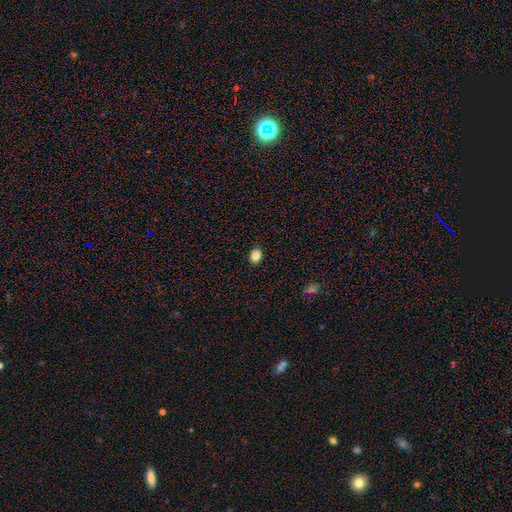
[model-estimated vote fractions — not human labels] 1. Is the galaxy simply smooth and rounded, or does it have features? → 85% smooth, 11% star or artifact, 4% featured or disk.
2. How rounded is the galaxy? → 50% round, 49% in between, 1% cigar-shaped.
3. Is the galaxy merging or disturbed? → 91% none, 7% minor disturbance, 2% major disturbance, 1% merger.